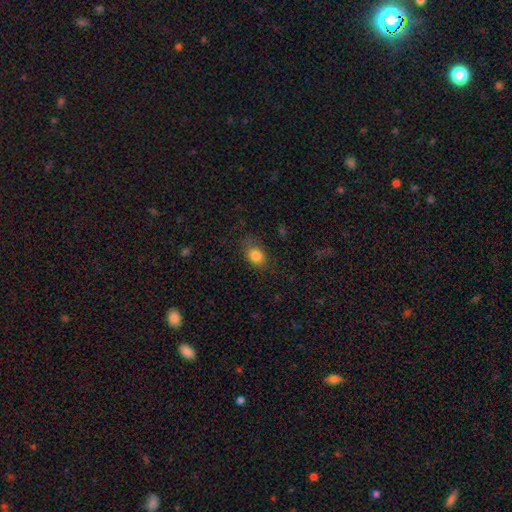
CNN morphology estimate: Smooth or featured? smooth (83%)
How rounded? in between (58%)
Merging? none (71%)